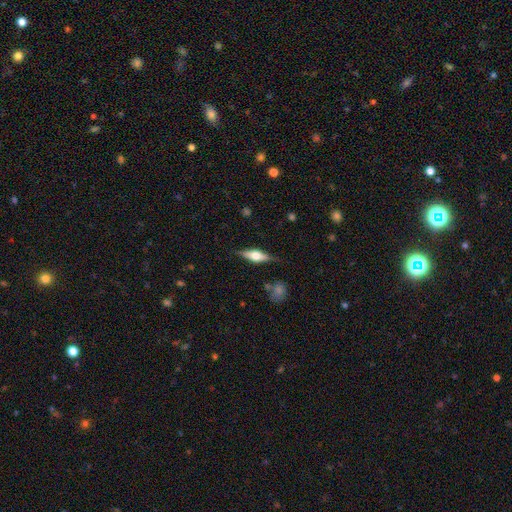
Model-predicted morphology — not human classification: Smooth or featured? featured or disk (64%)
Edge-on disk? yes (95%)
Edge-on bulge? rounded (91%)
Merging? none (82%)